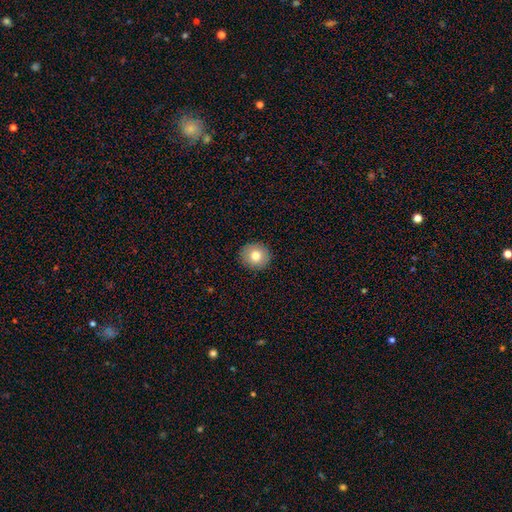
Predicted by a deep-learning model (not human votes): Morphology: type=smooth (79%); roundness=round (87%); merging=none (91%).